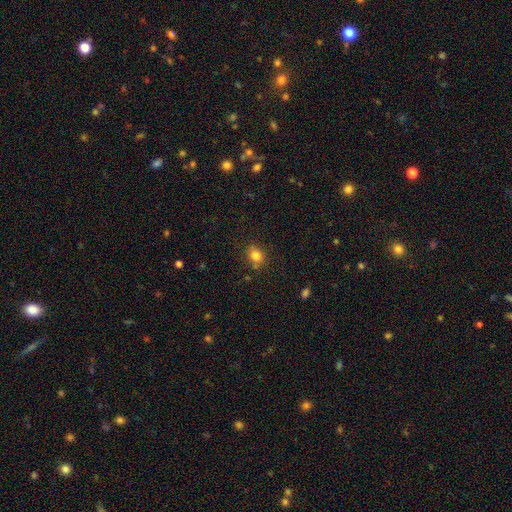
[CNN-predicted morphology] Smooth or featured: smooth — 82% (star or artifact — 12%)
How rounded: round — 62% (in between — 37%)
Merging: none — 77% (minor disturbance — 14%)